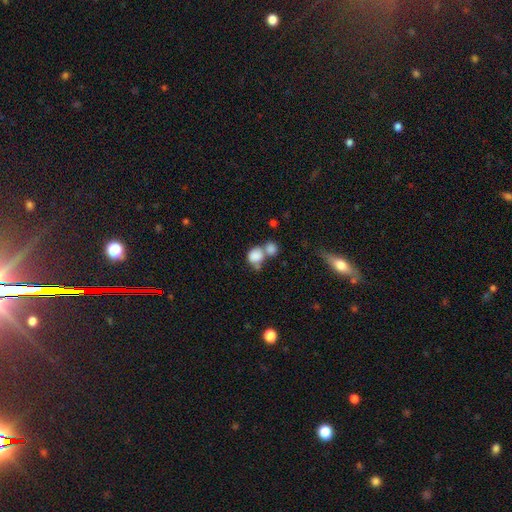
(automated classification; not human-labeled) Smooth or featured? Predicted: smooth (p=0.82). How rounded? Predicted: round (p=0.67). Merging? Predicted: merger (p=0.60).